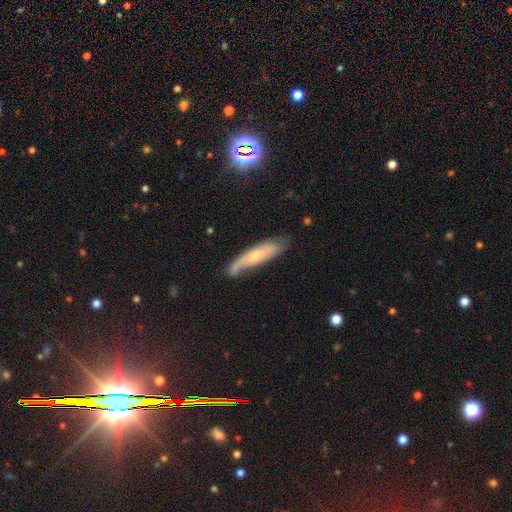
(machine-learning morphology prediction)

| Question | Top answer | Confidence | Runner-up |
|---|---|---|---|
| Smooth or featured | featured or disk | 50% | smooth (43%) |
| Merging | none | 56% | minor disturbance (29%) |